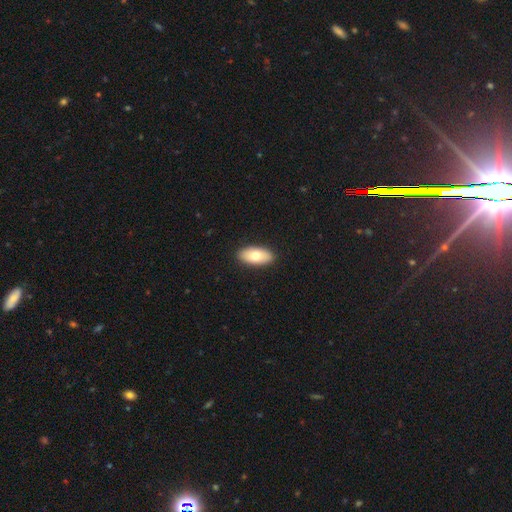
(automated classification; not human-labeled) Q: Smooth or featured?
A: smooth (73%); runner-up: featured or disk (21%)
Q: How rounded?
A: in between (91%); runner-up: cigar-shaped (6%)
Q: Merging?
A: none (90%); runner-up: minor disturbance (7%)